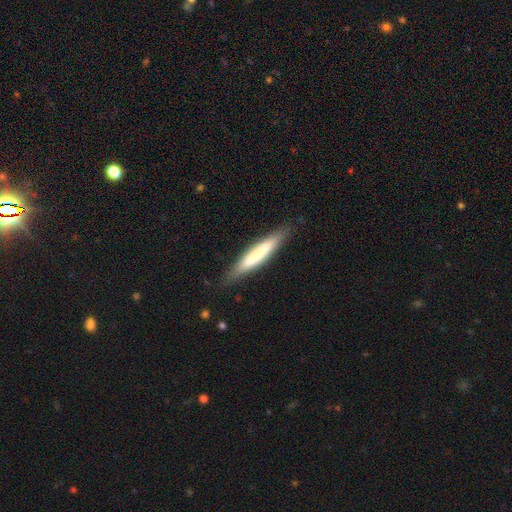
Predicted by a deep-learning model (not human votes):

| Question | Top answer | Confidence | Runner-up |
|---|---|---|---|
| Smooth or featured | smooth | 62% | featured or disk (32%) |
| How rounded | cigar-shaped | 89% | in between (10%) |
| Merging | none | 83% | minor disturbance (12%) |